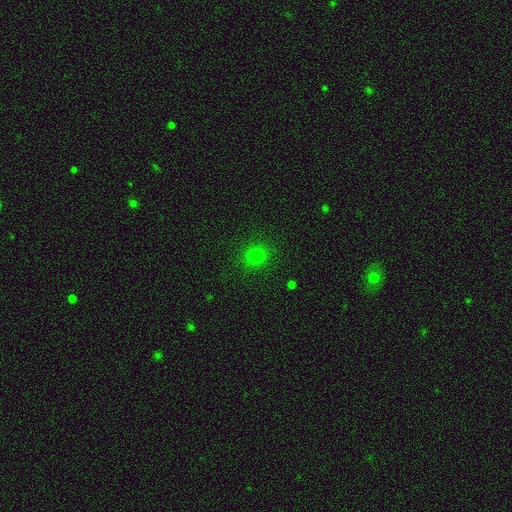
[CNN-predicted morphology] Overall: smooth (78%). How rounded: round (86%). Merging: none (89%).